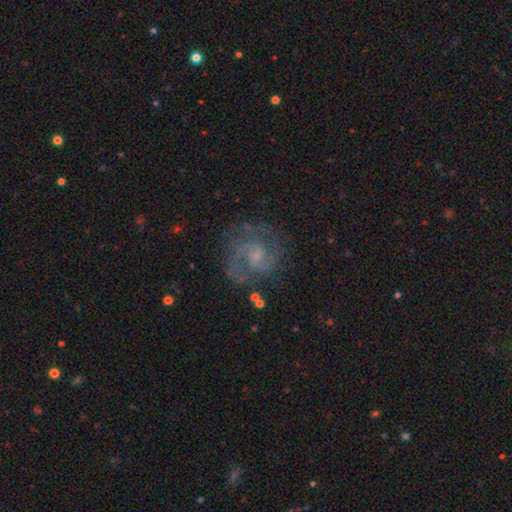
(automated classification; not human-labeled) Overall: featured or disk (84%). Edge-on disk: no (98%). Bar: weak (48%; no 44%). Spiral arms: yes (96%). Spiral arm count: 2 (79%). Spiral winding: medium (55%; tight 32%). Bulge size: small (55%; moderate 25%). Merging: none (74%).